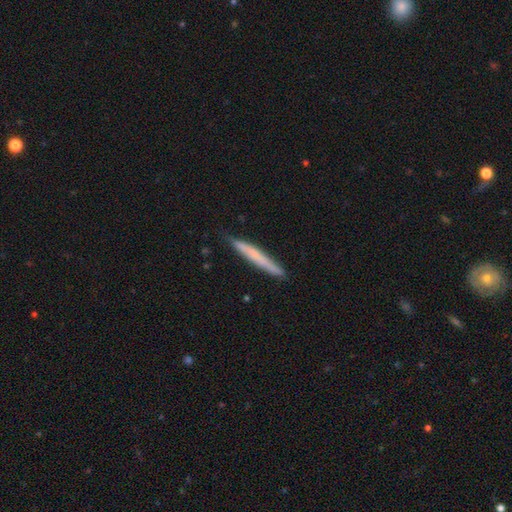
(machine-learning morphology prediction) smooth 59%, featured or disk 35%, star or artifact 6%. Down the decision tree: how rounded — cigar-shaped (97%); merging — none (85%).